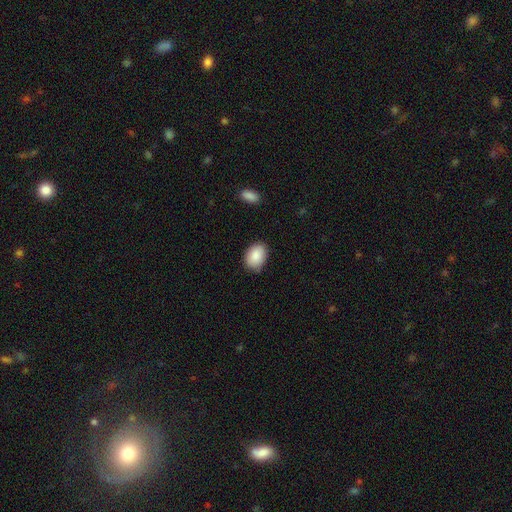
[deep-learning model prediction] A smooth galaxy with no disk features (88%) that is in between round and cigar-shaped (77%).

Vote fractions:
- Smooth or featured? smooth: 88% / star or artifact: 7% / featured or disk: 5%
- How rounded? in between: 77% / round: 22% / cigar-shaped: 1%
- Merging? none: 81% / minor disturbance: 15% / major disturbance: 3% / merger: 1%